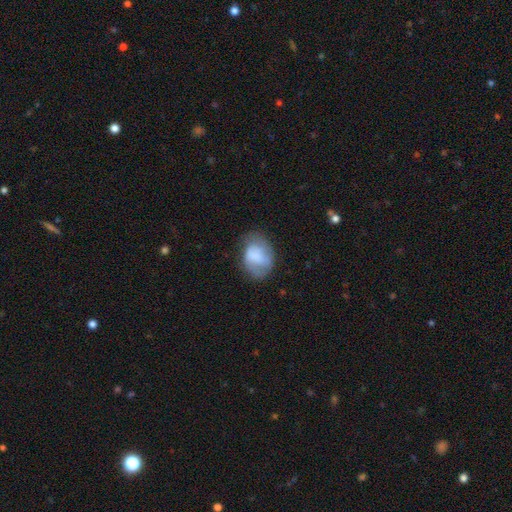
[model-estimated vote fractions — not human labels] smooth-or-featured: smooth: 68% | featured or disk: 25% | star or artifact: 8%
  how-rounded: in between: 72% | round: 27% | cigar-shaped: 1%
  merging: none: 51% | minor disturbance: 30% | major disturbance: 17% | merger: 2%